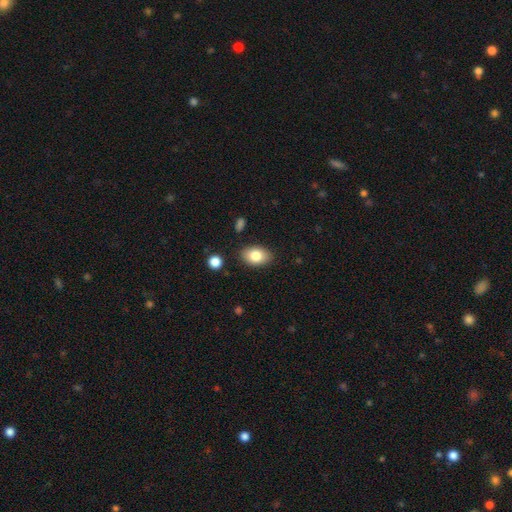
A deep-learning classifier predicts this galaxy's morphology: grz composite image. It shows a smooth galaxy with no disk features (83%) that is in between round and cigar-shaped (88%). Merging: none (85%).